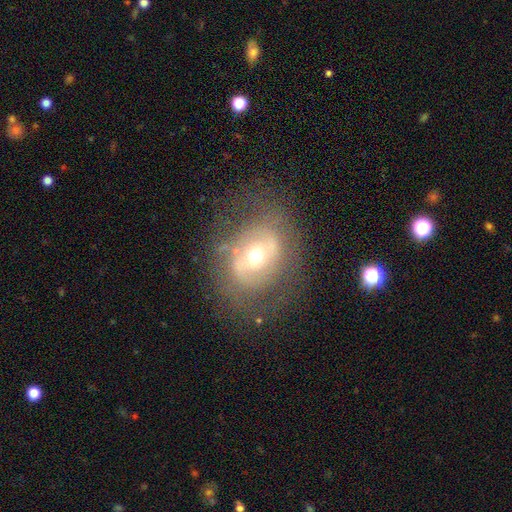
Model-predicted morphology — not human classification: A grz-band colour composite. It shows a featured or disk galaxy (61%) with no bar (45%), no spiral arms (61%) and a moderate central bulge (70%). Merging: none (68%).